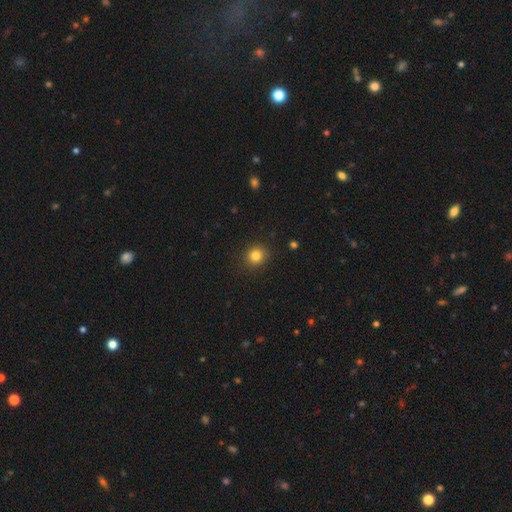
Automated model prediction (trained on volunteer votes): Smooth or featured? Predicted: smooth (p=0.82). How rounded? Predicted: round (p=0.88). Merging? Predicted: none (p=0.90).